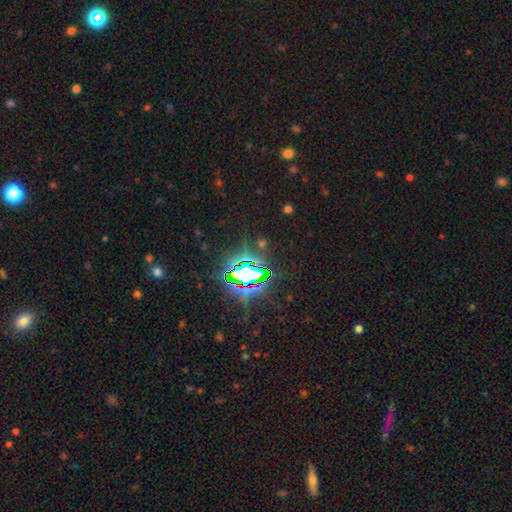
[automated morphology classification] smooth-or-featured: star or artifact: 84% | smooth: 10% | featured or disk: 7%